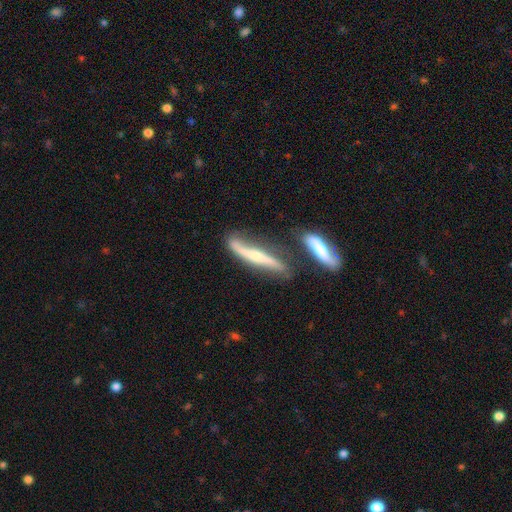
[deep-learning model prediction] Smooth or featured? featured or disk (69%)
Edge-on disk? yes (73%)
Merging? none (51%)